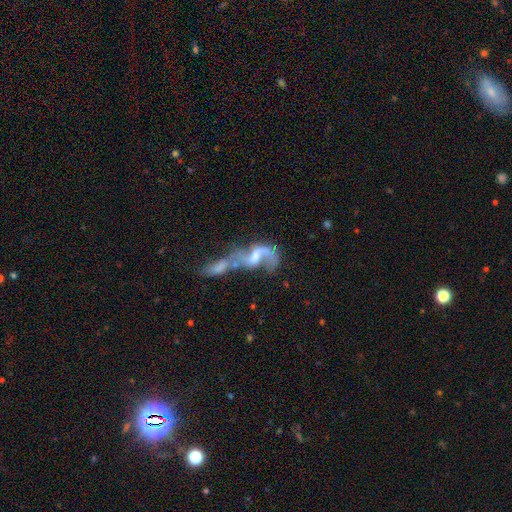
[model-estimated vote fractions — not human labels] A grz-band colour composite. It shows a featured or disk galaxy (73%) with no bar (44%), 2 (55%) loose (72%) spiral arms (79%) and a moderate central bulge (34%). Merging: merger (67%).